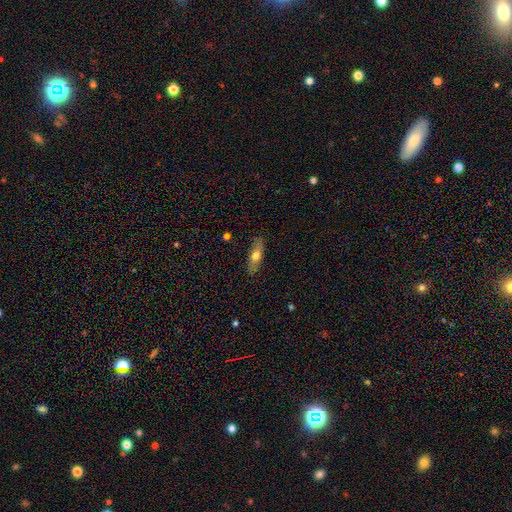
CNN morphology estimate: Q: Smooth or featured?
A: smooth (60%); runner-up: featured or disk (33%)
Q: How rounded?
A: in between (49%); runner-up: cigar-shaped (48%)
Q: Merging?
A: none (84%); runner-up: minor disturbance (12%)